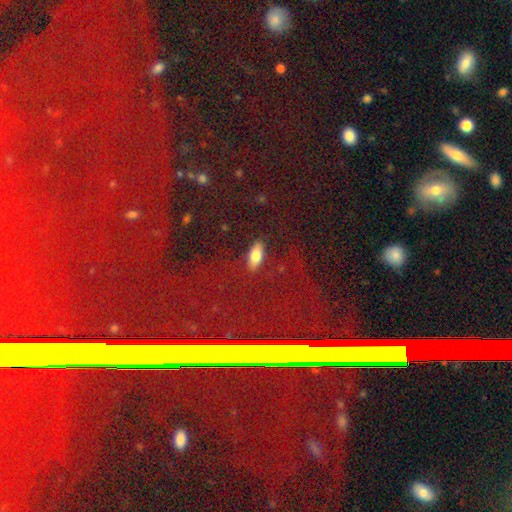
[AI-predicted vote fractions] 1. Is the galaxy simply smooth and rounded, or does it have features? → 73% smooth, 16% featured or disk, 11% star or artifact.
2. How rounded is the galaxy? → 82% in between, 14% cigar-shaped, 5% round.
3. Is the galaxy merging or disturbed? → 83% none, 10% minor disturbance, 4% major disturbance, 2% merger.